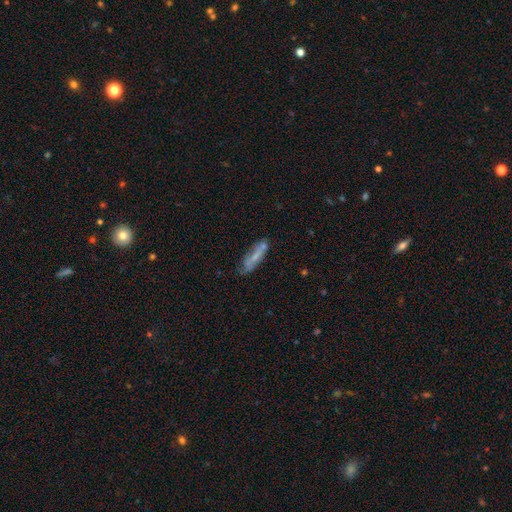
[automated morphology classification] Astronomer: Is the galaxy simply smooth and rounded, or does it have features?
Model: smooth — 48% (runner-up: featured or disk, 43%).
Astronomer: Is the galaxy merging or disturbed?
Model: none — 60%.